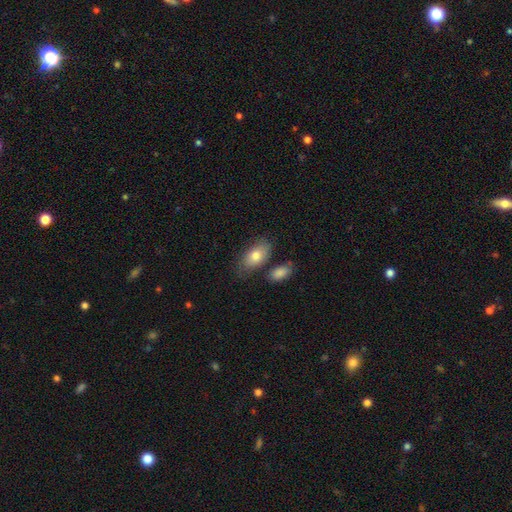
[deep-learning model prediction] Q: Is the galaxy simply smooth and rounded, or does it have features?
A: smooth — 78%.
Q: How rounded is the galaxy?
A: in between — 92%.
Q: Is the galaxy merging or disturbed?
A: none — 67%.